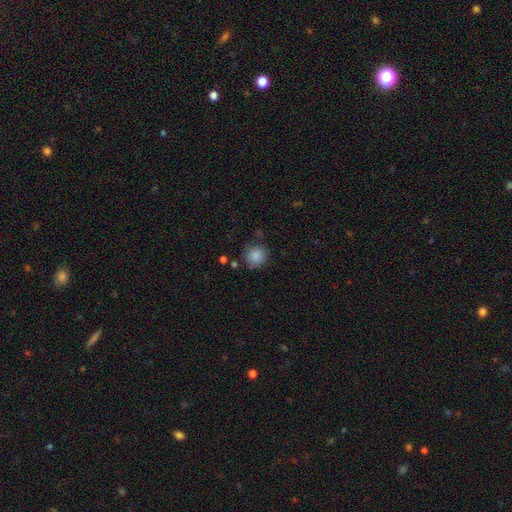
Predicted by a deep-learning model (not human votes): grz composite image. It shows a smooth galaxy with no disk features (85%) that is round (90%). Merging: none (74%).